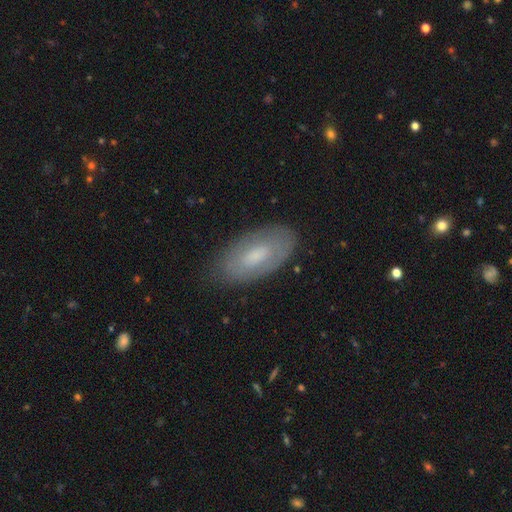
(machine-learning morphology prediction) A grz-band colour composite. It shows a smooth galaxy with no disk features (53%) that is in between round and cigar-shaped (91%). Merging: none (79%).